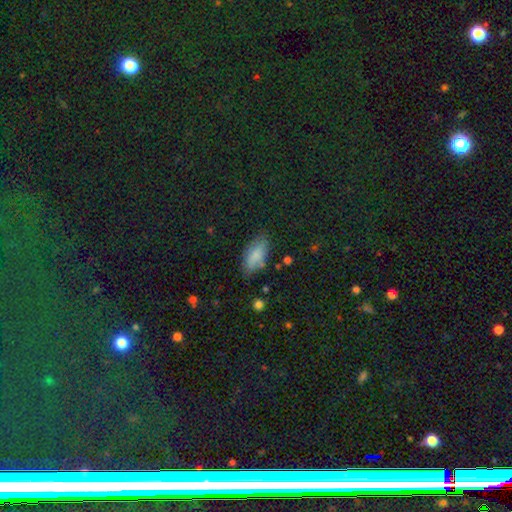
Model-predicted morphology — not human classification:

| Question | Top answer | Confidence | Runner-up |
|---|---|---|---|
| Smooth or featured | smooth | 80% | featured or disk (12%) |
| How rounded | in between | 88% | cigar-shaped (10%) |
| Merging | none | 74% | minor disturbance (19%) |